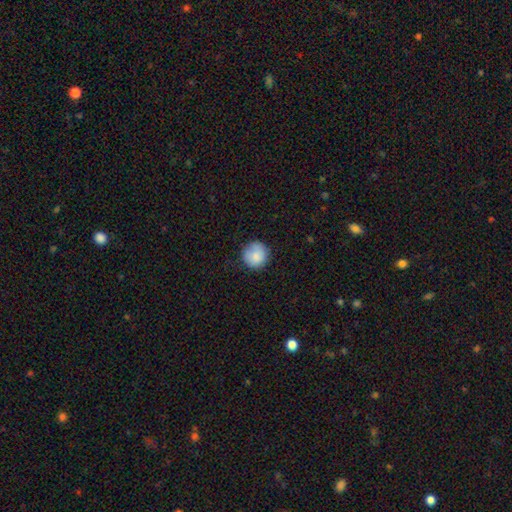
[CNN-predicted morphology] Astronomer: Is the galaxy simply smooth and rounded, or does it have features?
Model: smooth — 84%.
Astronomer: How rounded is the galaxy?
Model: round — 93%.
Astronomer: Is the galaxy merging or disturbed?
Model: none — 81%.